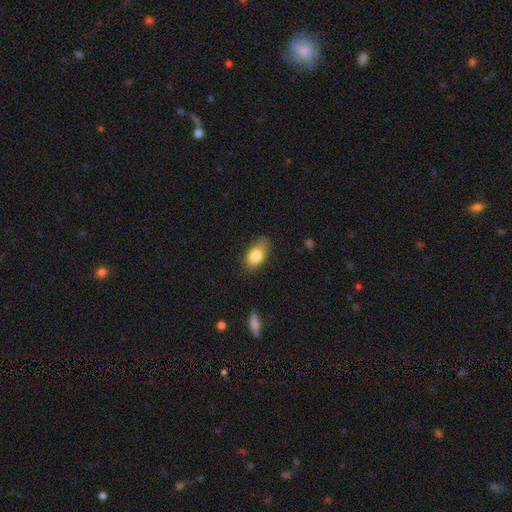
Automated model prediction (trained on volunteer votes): Smooth or featured?
  - smooth: 81% *
  - featured or disk: 12%
  - star or artifact: 8%
How rounded?
  - in between: 90% *
  - round: 7%
  - cigar-shaped: 3%
Merging?
  - none: 69% *
  - minor disturbance: 24%
  - major disturbance: 6%
  - merger: 2%